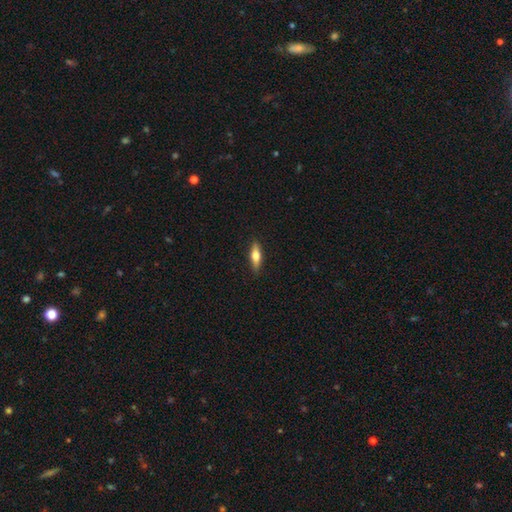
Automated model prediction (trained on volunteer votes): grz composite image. It shows a smooth galaxy with no disk features (58%) that is cigar-shaped (57%). Merging: none (89%).